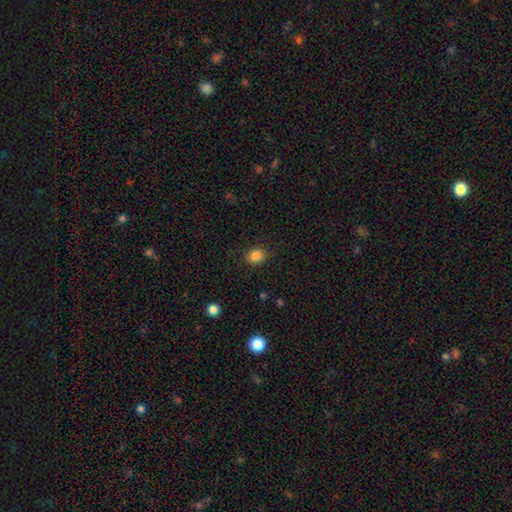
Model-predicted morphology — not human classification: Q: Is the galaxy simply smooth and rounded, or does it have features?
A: smooth — 85%.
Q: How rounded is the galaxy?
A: round — 61%.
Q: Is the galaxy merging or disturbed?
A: none — 86%.